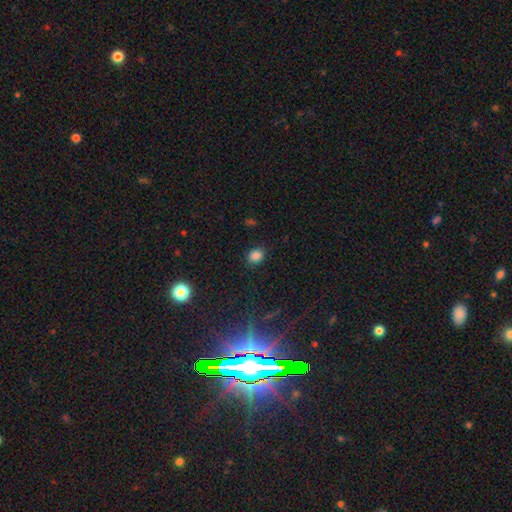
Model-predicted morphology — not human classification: type=smooth (83%); roundness=round (57%); merging=none (85%).